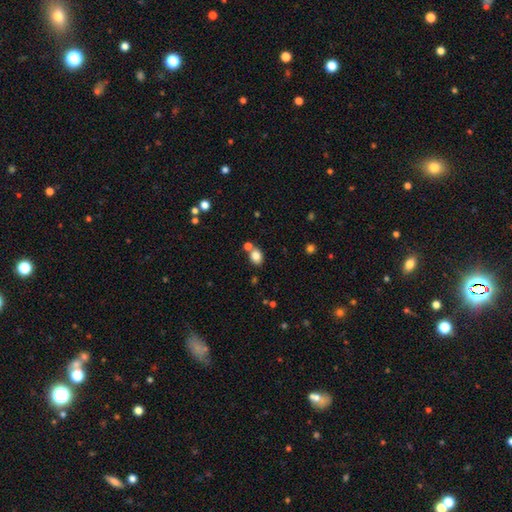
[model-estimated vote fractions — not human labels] This is clearly a smooth galaxy (82%). How rounded: possibly in between (59%). Merging: likely none (63%).